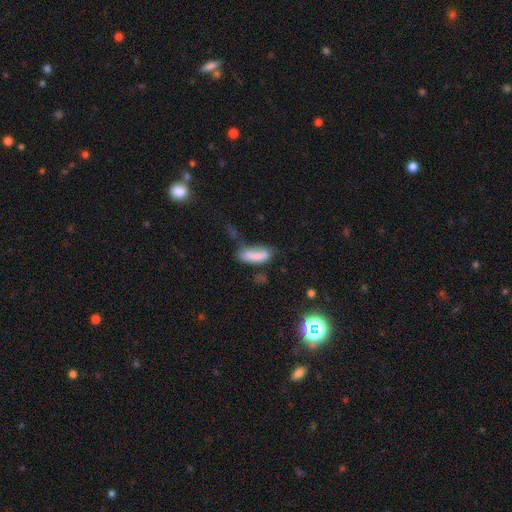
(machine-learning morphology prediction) This appears to be a smooth galaxy with no disk features (73%) that is in between round and cigar-shaped (68%). Merging: none (32%).